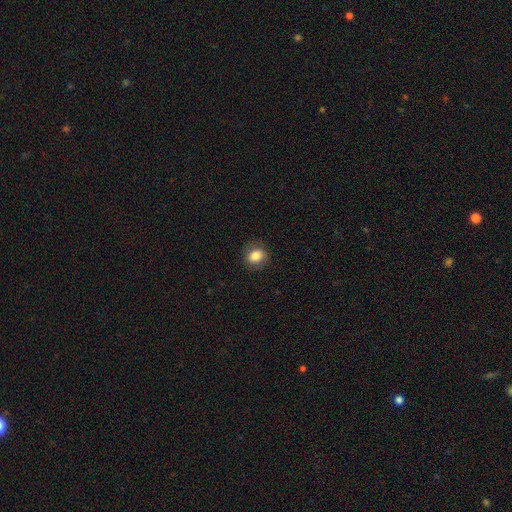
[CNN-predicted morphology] A smooth galaxy with no disk features (82%) that is round (67%). Merging: none (84%).